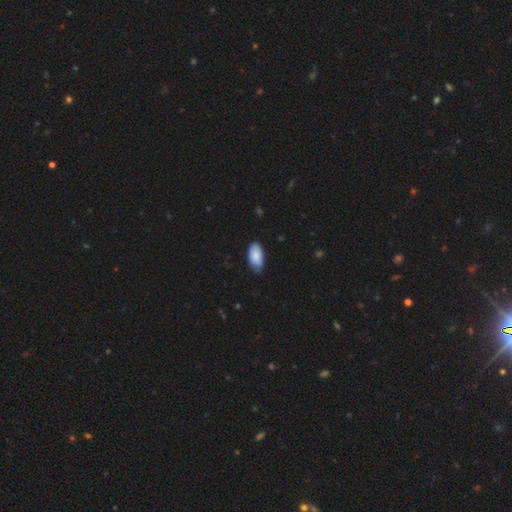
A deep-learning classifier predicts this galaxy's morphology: This appears to be a smooth galaxy with no disk features (86%) that is in between round and cigar-shaped (95%). Merging: none (74%).